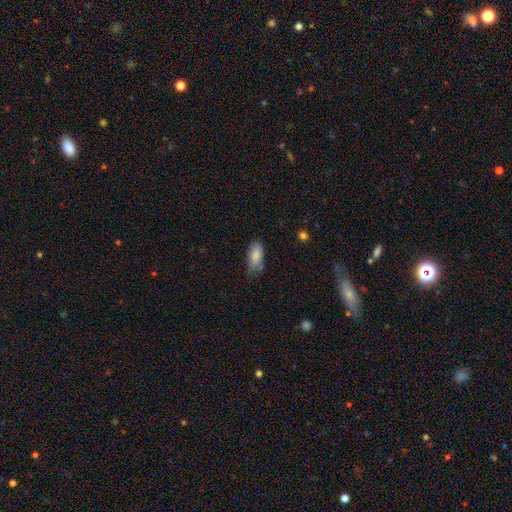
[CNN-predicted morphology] smooth_or_featured: smooth (p=0.84) [alt: featured or disk p=0.09]
how_rounded: in between (p=0.87) [alt: cigar-shaped p=0.10]
merging: none (p=0.57) [alt: minor disturbance p=0.33]